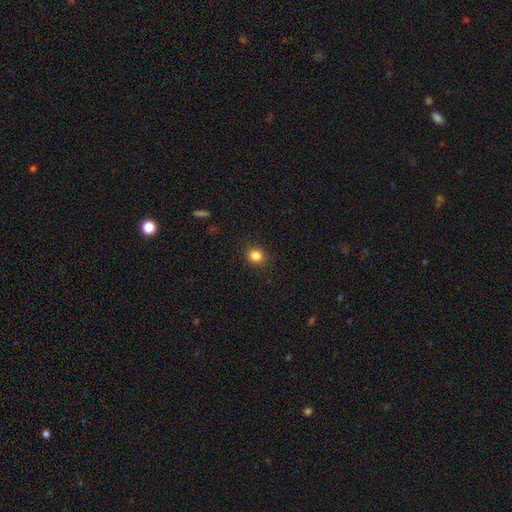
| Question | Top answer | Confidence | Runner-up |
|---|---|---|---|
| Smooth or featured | smooth | 89% | featured or disk (8%) |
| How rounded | round | 91% | in between (9%) |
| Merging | none | 92% | minor disturbance (6%) |